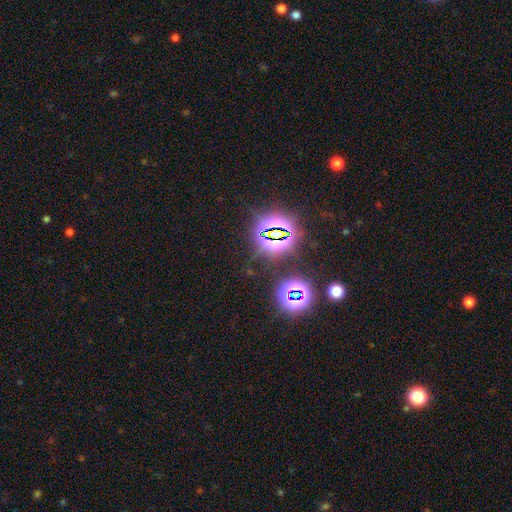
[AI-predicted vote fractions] Smooth or featured? star or artifact (80%)